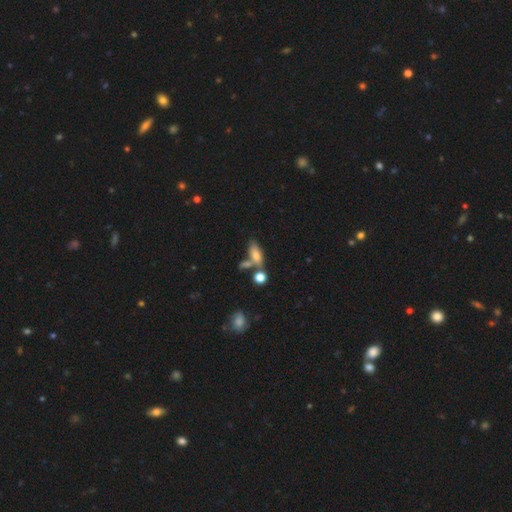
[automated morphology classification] This is likely a smooth galaxy (70%). How rounded: likely in between (70%). Merging: possibly none (45%).